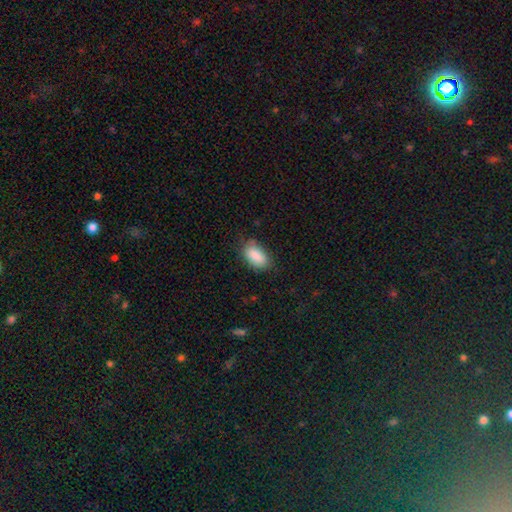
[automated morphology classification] This is clearly a smooth galaxy (89%). How rounded: clearly in between (93%). Merging: likely none (75%).